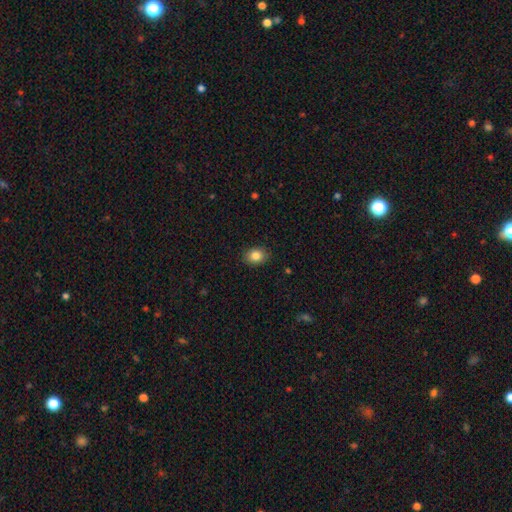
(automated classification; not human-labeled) smooth-or-featured: smooth: 85% | star or artifact: 9% | featured or disk: 6%
  how-rounded: in between: 59% | round: 40% | cigar-shaped: 1%
  merging: none: 88% | minor disturbance: 9% | major disturbance: 2% | merger: 1%